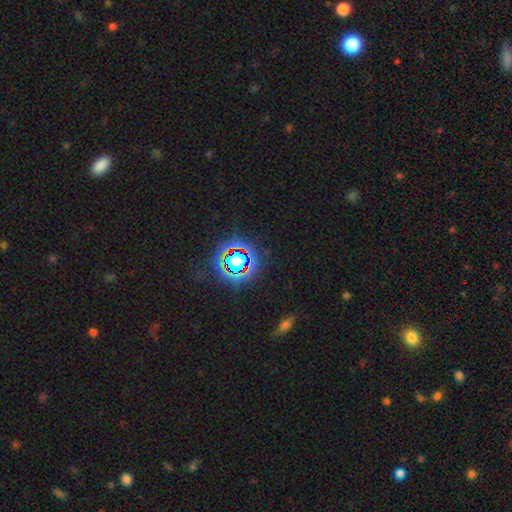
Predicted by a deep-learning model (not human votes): A star or artifact, not a galaxy (78%).

Vote fractions:
- Smooth or featured? star or artifact: 78% / smooth: 14% / featured or disk: 7%